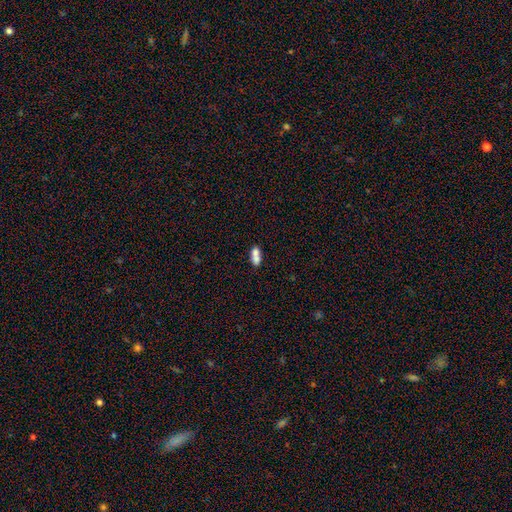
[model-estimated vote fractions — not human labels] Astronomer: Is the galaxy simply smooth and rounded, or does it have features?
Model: smooth — 72%.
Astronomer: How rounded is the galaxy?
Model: in between — 78%.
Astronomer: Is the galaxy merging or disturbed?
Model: merger — 56%.